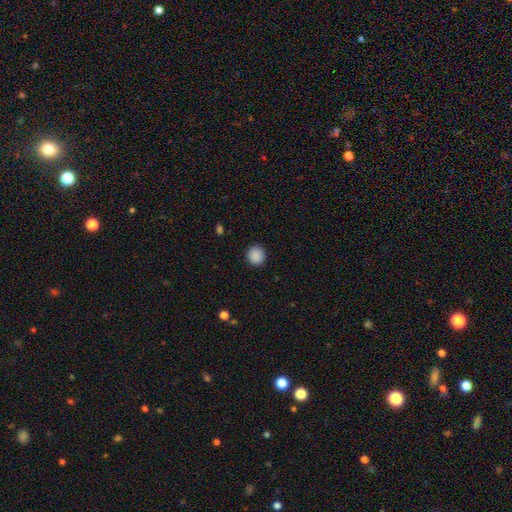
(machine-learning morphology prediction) Smooth or featured?
  - smooth: 89% *
  - star or artifact: 9%
  - featured or disk: 2%
How rounded?
  - round: 92% *
  - in between: 7%
  - cigar-shaped: 1%
Merging?
  - none: 92% *
  - minor disturbance: 5%
  - major disturbance: 2%
  - merger: 1%